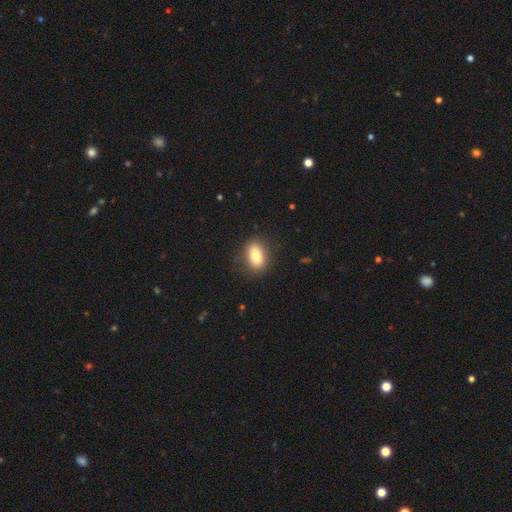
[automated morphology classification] Smooth or featured: smooth — 82% (featured or disk — 10%)
How rounded: in between — 84% (round — 13%)
Merging: none — 84% (minor disturbance — 11%)